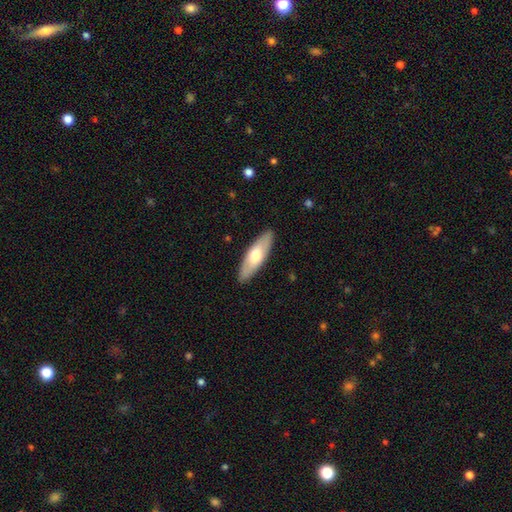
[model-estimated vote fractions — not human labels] smooth_or_featured: smooth (p=0.60) [alt: featured or disk p=0.35]
how_rounded: in between (p=0.51) [alt: cigar-shaped p=0.47]
merging: none (p=0.90) [alt: minor disturbance p=0.08]